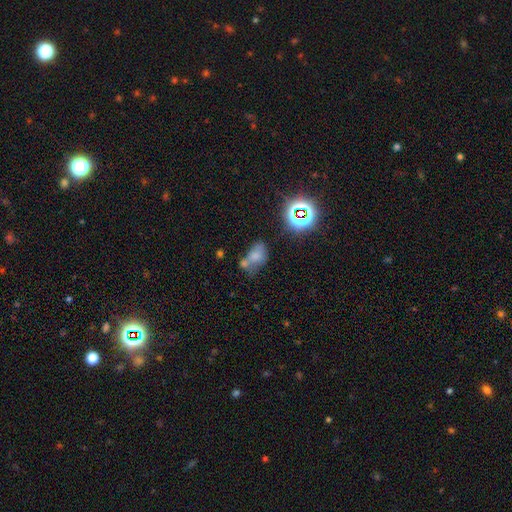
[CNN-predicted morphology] The model was most divided on "merging": merger: 37%, none: 32%, minor disturbance: 19%, major disturbance: 12%. More confident: how rounded — in between (80%); smooth or featured — smooth (61%).